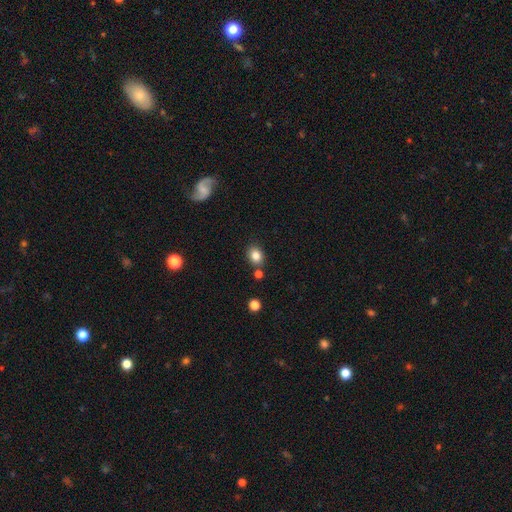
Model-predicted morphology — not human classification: smooth 82%, star or artifact 11%, featured or disk 7%. Down the decision tree: how rounded — round (53%); merging — none (79%).